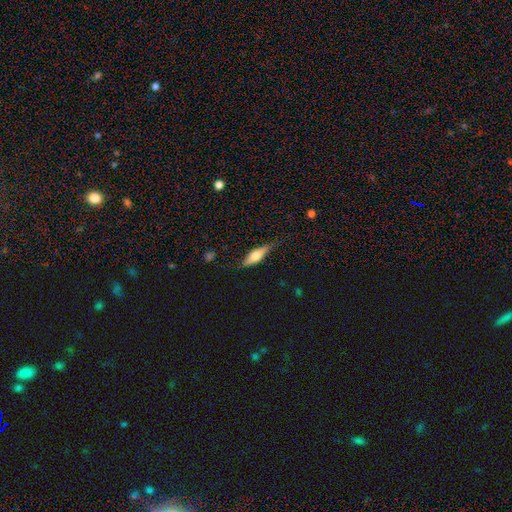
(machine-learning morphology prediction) Overall: smooth (57%; featured or disk 37%). How rounded: in between (53%; cigar-shaped 45%). Merging: none (73%).